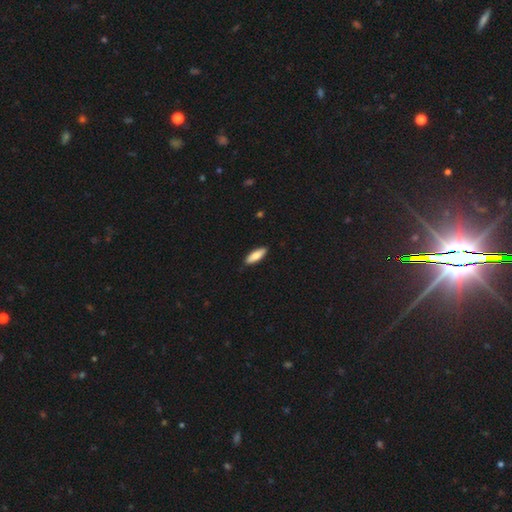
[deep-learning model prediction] Q: Smooth or featured?
A: smooth (80%); runner-up: featured or disk (14%)
Q: How rounded?
A: in between (55%); runner-up: cigar-shaped (43%)
Q: Merging?
A: none (89%); runner-up: minor disturbance (9%)